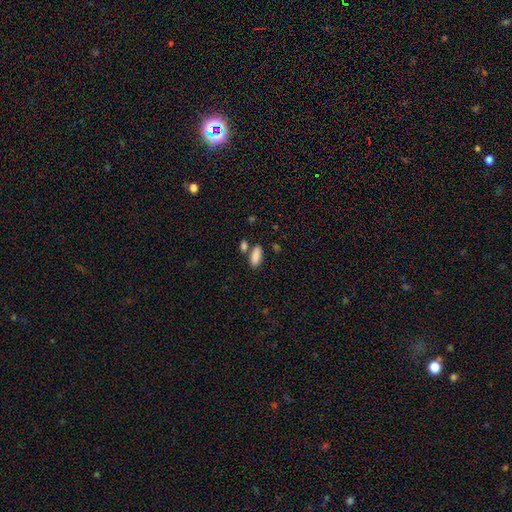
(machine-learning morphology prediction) Smooth or featured: smooth — 89% (star or artifact — 7%)
How rounded: in between — 79% (cigar-shaped — 19%)
Merging: none — 69% (merger — 16%)